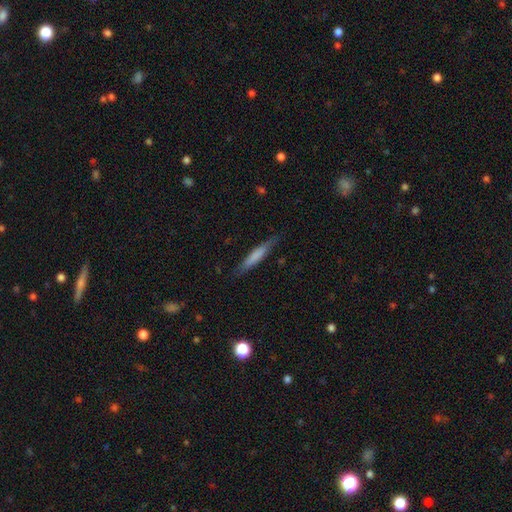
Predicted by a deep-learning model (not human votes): This is likely a smooth galaxy (67%). How rounded: clearly cigar-shaped (91%). Merging: clearly none (83%).